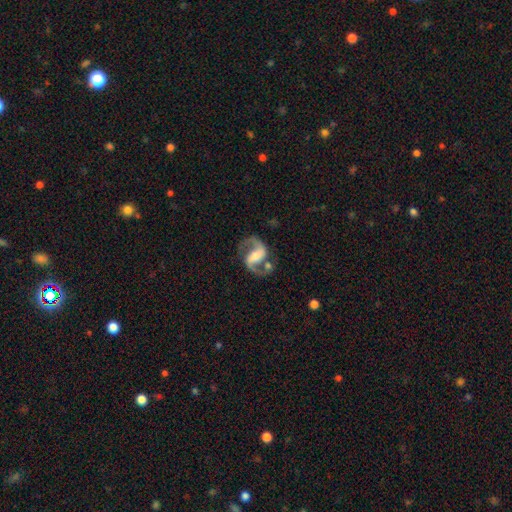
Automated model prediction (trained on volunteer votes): This appears to be a featured or disk galaxy (91%) with a strong bar (40%), 2 (94%) medium (58%) spiral arms (98%) and a moderate central bulge (48%). Merging: none (74%).